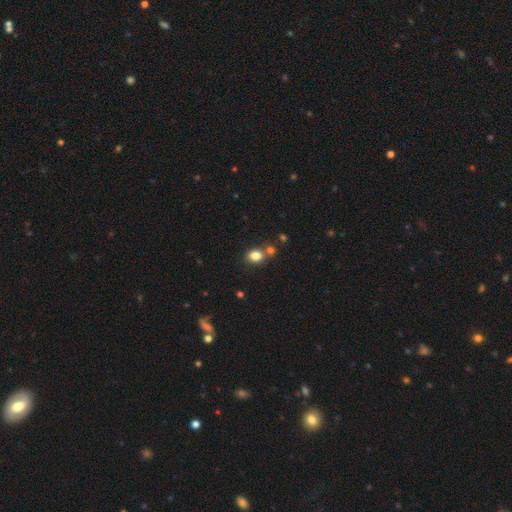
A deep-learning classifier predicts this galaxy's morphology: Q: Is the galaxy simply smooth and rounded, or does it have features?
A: smooth — 82%.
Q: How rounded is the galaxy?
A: in between — 60%.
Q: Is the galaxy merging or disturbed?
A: none — 62%.